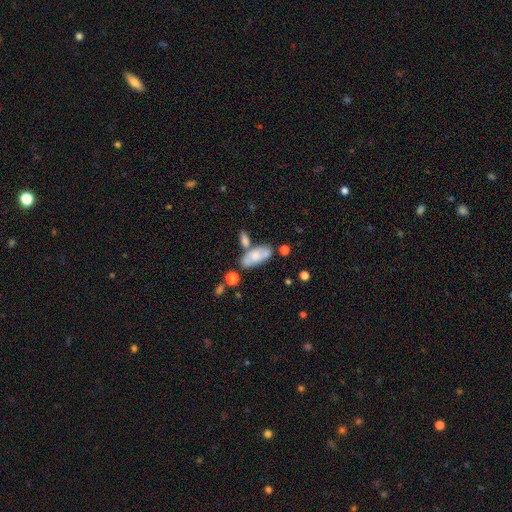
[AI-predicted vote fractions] smooth_or_featured: smooth (p=0.63) [alt: featured or disk p=0.30]
how_rounded: in between (p=0.84) [alt: cigar-shaped p=0.12]
merging: none (p=0.50) [alt: merger p=0.25]